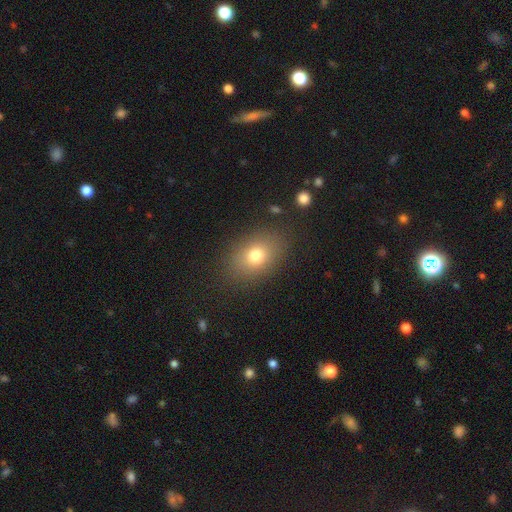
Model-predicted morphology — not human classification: Smooth or featured?
  - smooth: 75% *
  - star or artifact: 13%
  - featured or disk: 12%
How rounded?
  - in between: 69% *
  - round: 30%
  - cigar-shaped: 1%
Merging?
  - none: 83% *
  - minor disturbance: 10%
  - major disturbance: 5%
  - merger: 2%